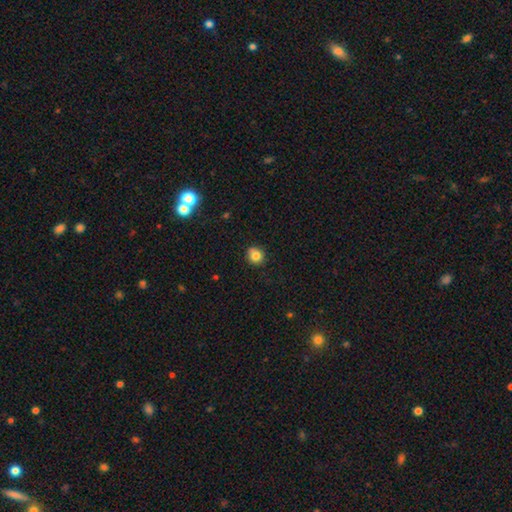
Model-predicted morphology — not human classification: Smooth or featured?
  - smooth: 80% *
  - star or artifact: 12%
  - featured or disk: 8%
How rounded?
  - round: 85% *
  - in between: 14%
  - cigar-shaped: 1%
Merging?
  - none: 77% *
  - minor disturbance: 15%
  - merger: 6%
  - major disturbance: 3%